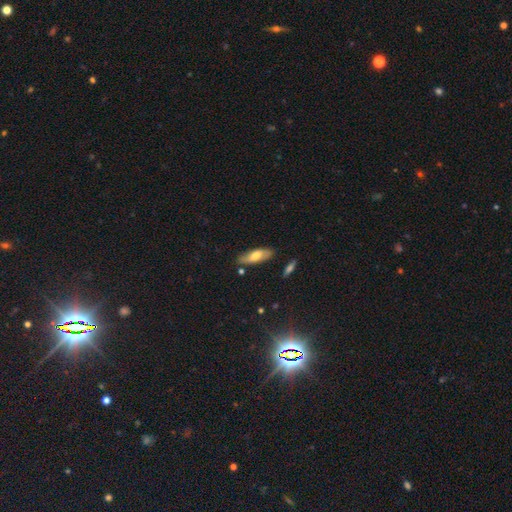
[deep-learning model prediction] This appears to be a smooth galaxy with no disk features (62%) that is in between round and cigar-shaped (62%). Merging: none (79%).